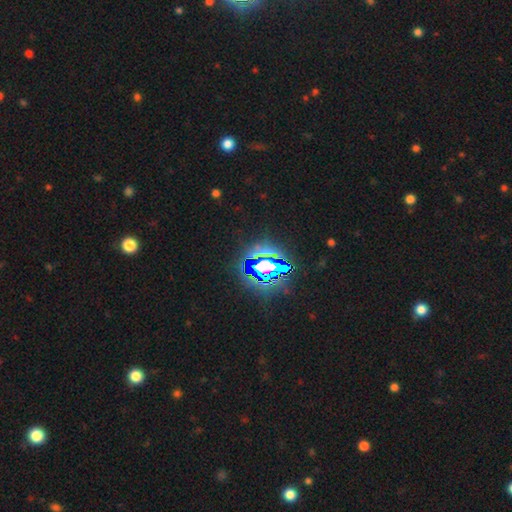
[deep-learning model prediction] The model was most divided on "smooth or featured": star or artifact: 73%, featured or disk: 14%, smooth: 13%.